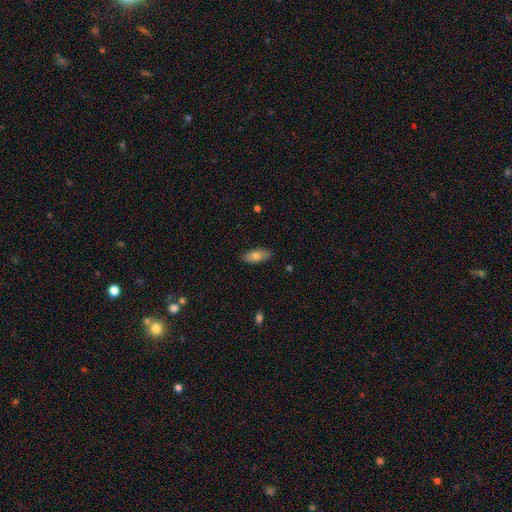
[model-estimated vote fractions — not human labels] smooth_or_featured: smooth (p=0.76) [alt: featured or disk p=0.17]
how_rounded: in between (p=0.82) [alt: cigar-shaped p=0.16]
merging: none (p=0.87) [alt: minor disturbance p=0.10]